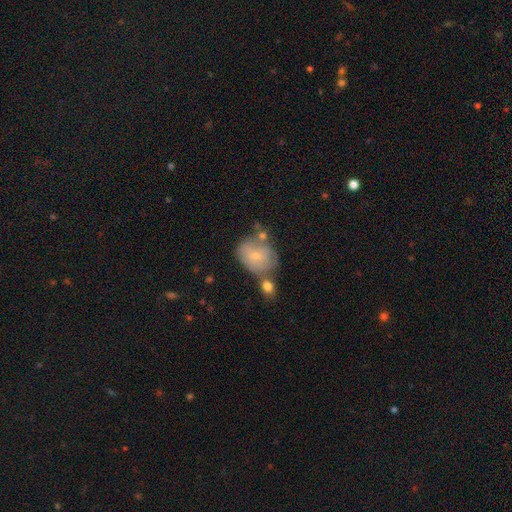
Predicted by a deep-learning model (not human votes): smooth_or_featured: smooth (p=0.61) [alt: featured or disk p=0.31]
how_rounded: round (p=0.59) [alt: in between p=0.40]
merging: none (p=0.40) [alt: merger p=0.28]